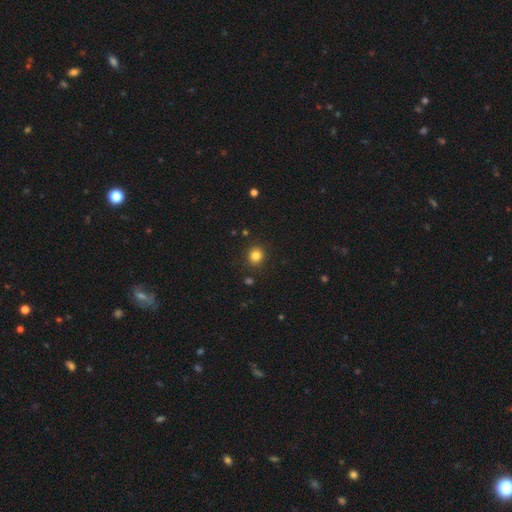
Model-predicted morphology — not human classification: This appears to be a smooth galaxy with no disk features (83%) that is round (88%). Merging: none (90%).